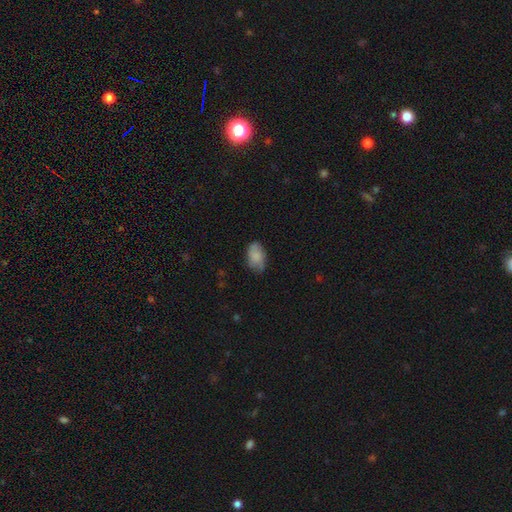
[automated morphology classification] Overall: smooth (77%). How rounded: in between (90%). Merging: none (67%).